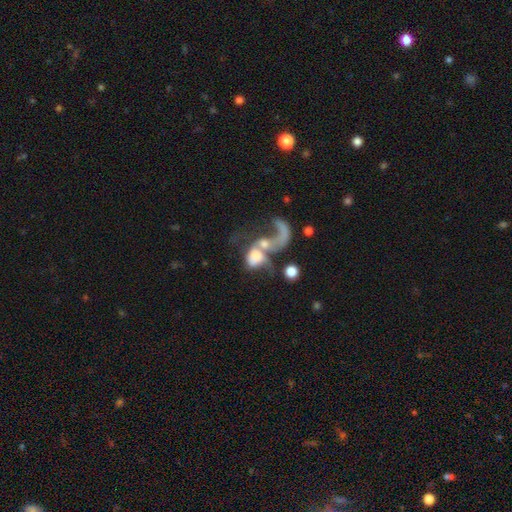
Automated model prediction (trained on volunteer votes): Morphology: type=featured or disk (50%); edge-on=no (96%); merging=merger (63%).